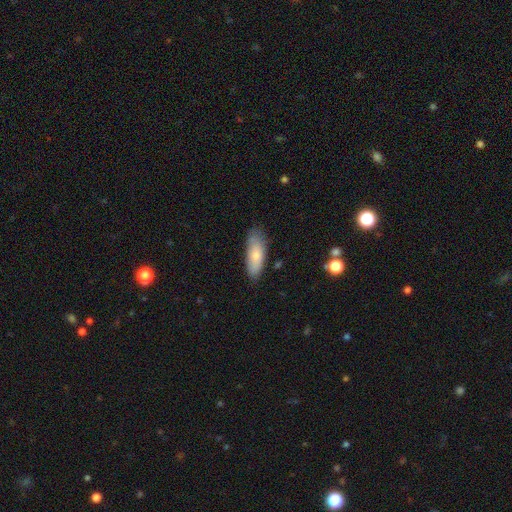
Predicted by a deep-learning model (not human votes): Overall: smooth (78%). How rounded: in between (72%). Merging: none (74%).